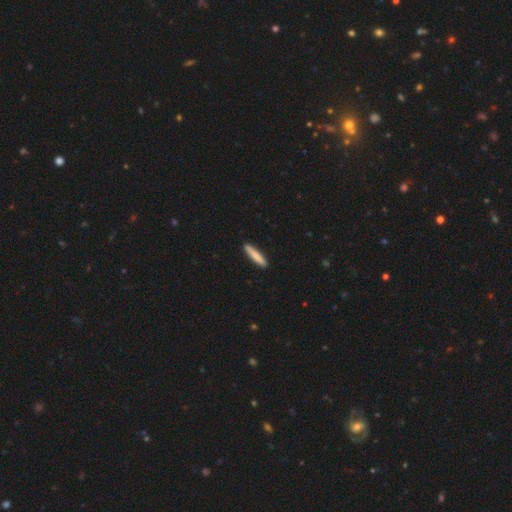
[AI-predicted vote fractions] Smooth or featured?
  - smooth: 82% *
  - featured or disk: 13%
  - star or artifact: 5%
How rounded?
  - cigar-shaped: 92% *
  - in between: 7%
  - round: 1%
Merging?
  - none: 90% *
  - minor disturbance: 7%
  - major disturbance: 1%
  - merger: 1%